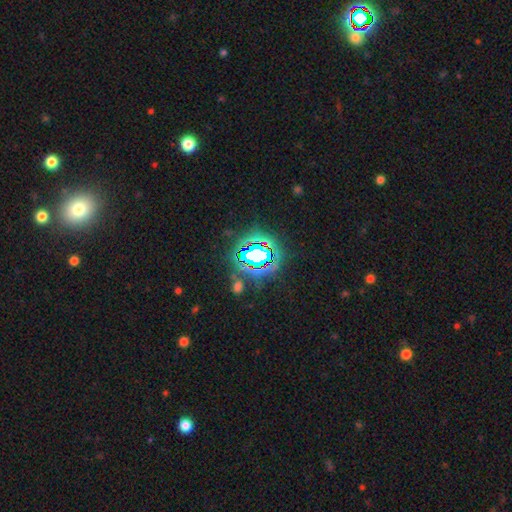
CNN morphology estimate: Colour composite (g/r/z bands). It shows a star or artifact, not a galaxy (71%).